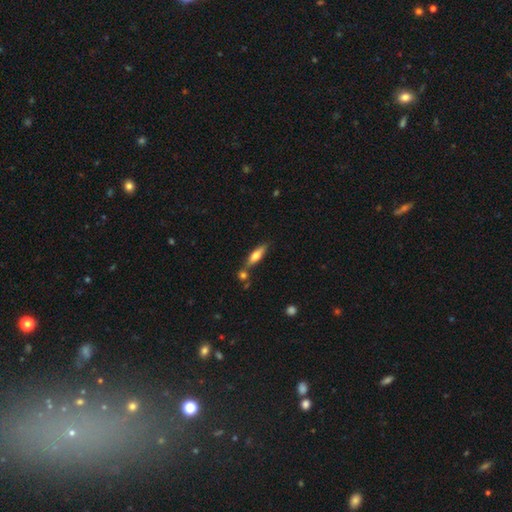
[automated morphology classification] smooth-or-featured: smooth: 52% | featured or disk: 41% | star or artifact: 7%
  how-rounded: cigar-shaped: 63% | in between: 35% | round: 3%
  merging: none: 68% | merger: 17% | minor disturbance: 12% | major disturbance: 3%